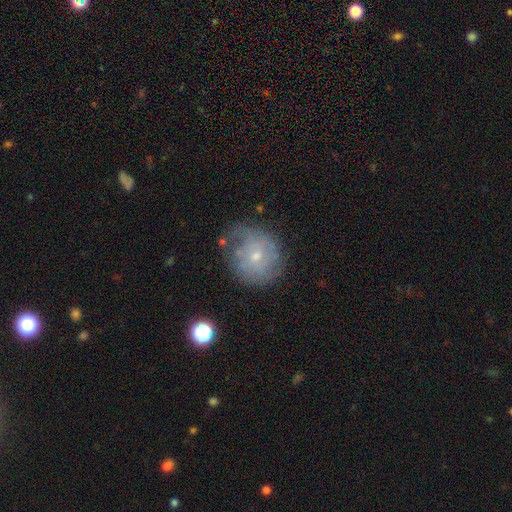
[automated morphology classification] A featured or disk galaxy (52%) with no bar (76%), spiral arms (66%) and a small central bulge (67%). Merging: none (56%).